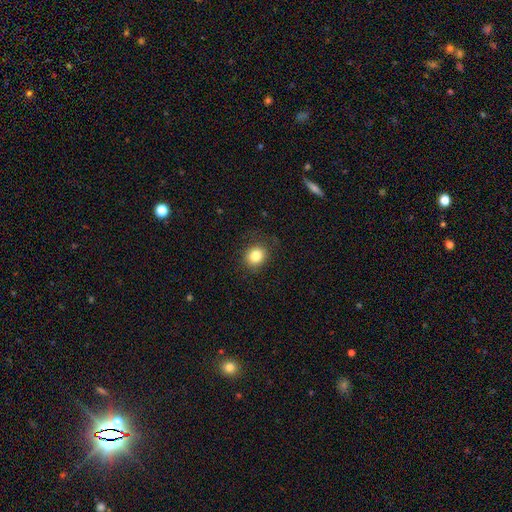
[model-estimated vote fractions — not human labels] This is clearly a smooth galaxy (83%). How rounded: likely round (78%). Merging: clearly none (85%).